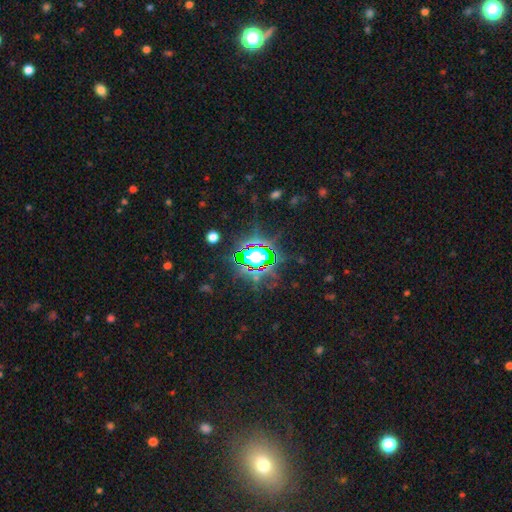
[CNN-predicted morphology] Q: Smooth or featured?
A: star or artifact (80%); runner-up: smooth (11%)